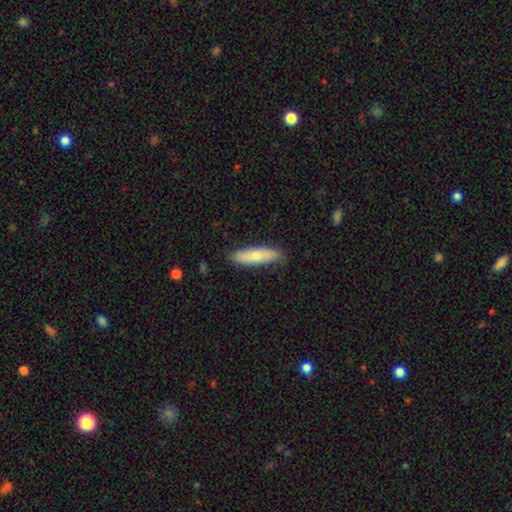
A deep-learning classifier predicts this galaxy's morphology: This appears to be a smooth galaxy with no disk features (67%) that is cigar-shaped (66%). Merging: none (84%).